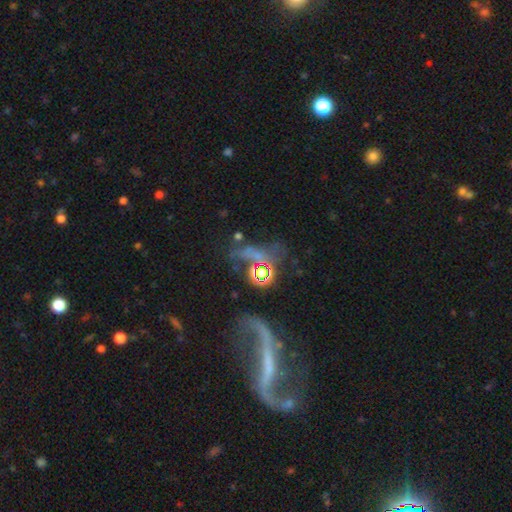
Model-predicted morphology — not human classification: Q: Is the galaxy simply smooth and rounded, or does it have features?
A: star or artifact — 42%.